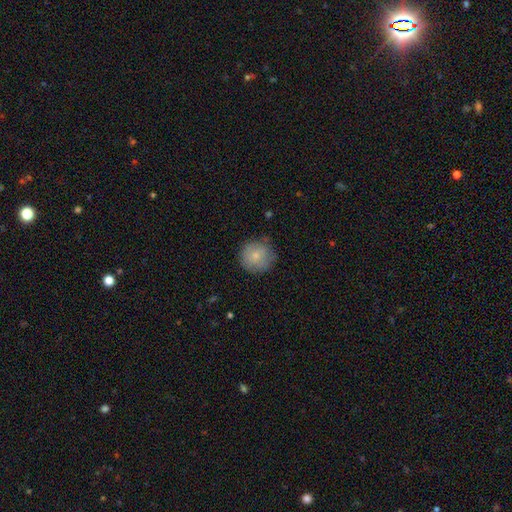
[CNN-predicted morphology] A smooth galaxy with no disk features (77%) that is round (93%). Merging: none (79%).